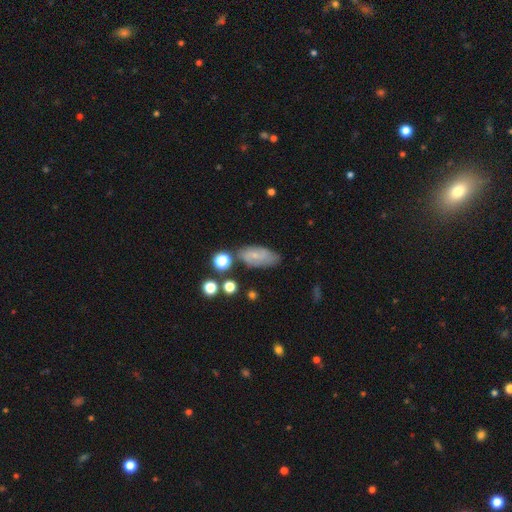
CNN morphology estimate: Overall: smooth (52%; featured or disk 37%). How rounded: in between (85%). Merging: none (60%; minor disturbance 25%).